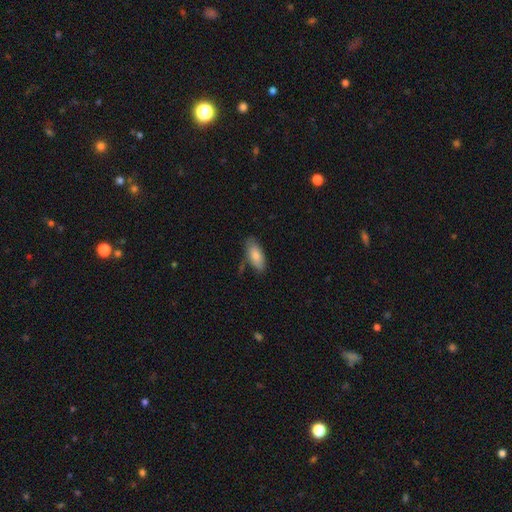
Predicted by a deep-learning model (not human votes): This is likely a smooth galaxy (79%). How rounded: clearly in between (86%). Merging: likely none (71%).